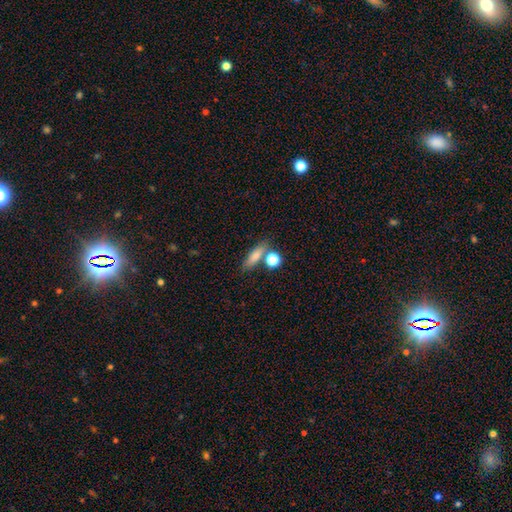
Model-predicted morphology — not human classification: Overall: smooth (78%). How rounded: in between (47%; cigar-shaped 41%). Merging: none (64%).